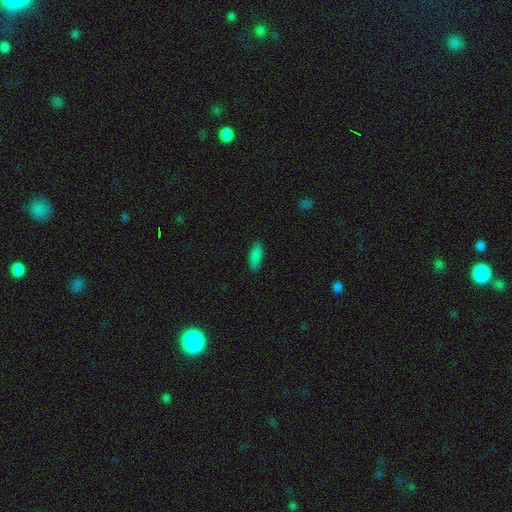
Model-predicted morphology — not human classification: smooth_or_featured: smooth (p=0.87) [alt: star or artifact p=0.08]
how_rounded: in between (p=0.65) [alt: cigar-shaped p=0.33]
merging: none (p=0.87) [alt: minor disturbance p=0.10]